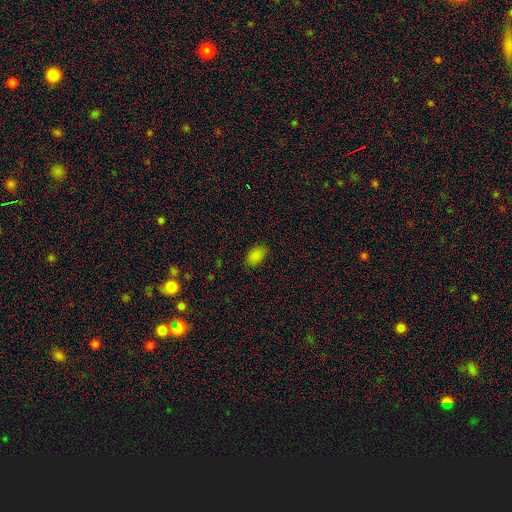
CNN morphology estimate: Q: Smooth or featured?
A: smooth (85%); runner-up: star or artifact (11%)
Q: How rounded?
A: in between (92%); runner-up: round (7%)
Q: Merging?
A: none (83%); runner-up: minor disturbance (13%)